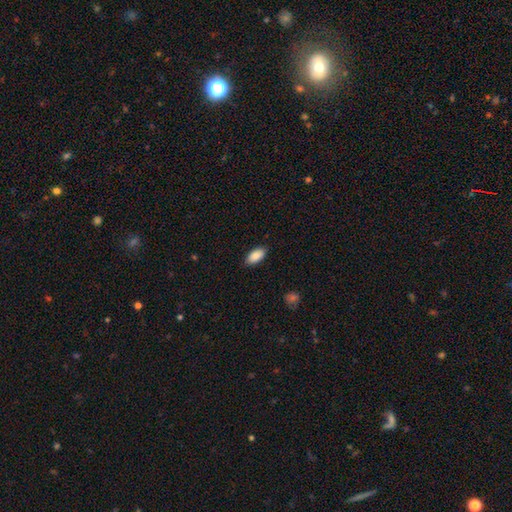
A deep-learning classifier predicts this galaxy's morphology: smooth_or_featured: smooth (p=0.89) [alt: star or artifact p=0.06]
how_rounded: in between (p=0.93) [alt: cigar-shaped p=0.05]
merging: none (p=0.85) [alt: minor disturbance p=0.11]